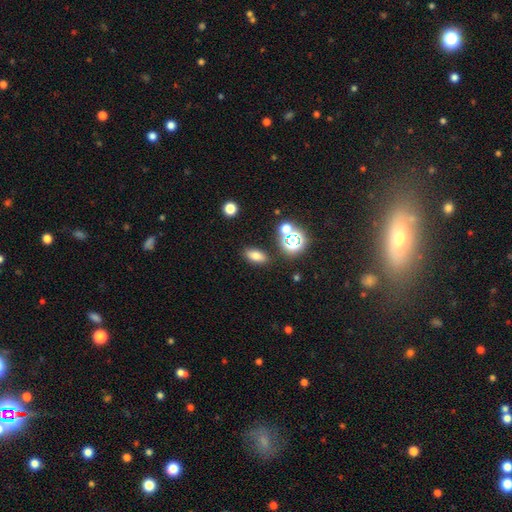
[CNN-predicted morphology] A smooth galaxy with no disk features (72%) that is in between round and cigar-shaped (79%). Merging: none (85%).